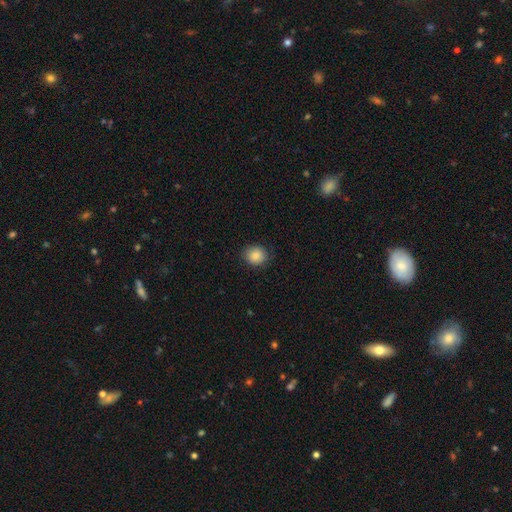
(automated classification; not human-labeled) smooth 86%, star or artifact 9%, featured or disk 5%. Down the decision tree: how rounded — round (80%); merging — none (87%).